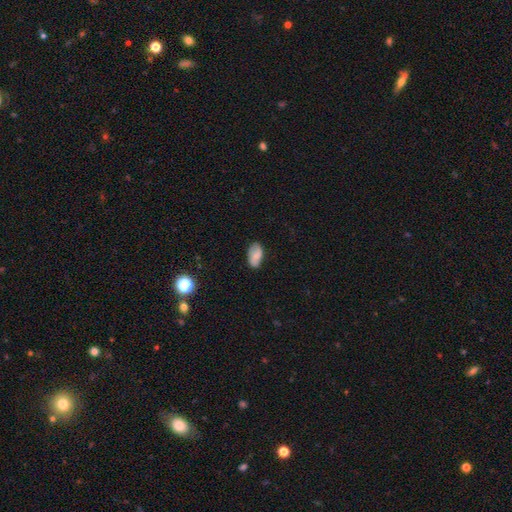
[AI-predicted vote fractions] The model was most divided on "merging": none: 74%, minor disturbance: 21%, major disturbance: 4%, merger: 2%. More confident: how rounded — in between (93%); smooth or featured — smooth (75%).